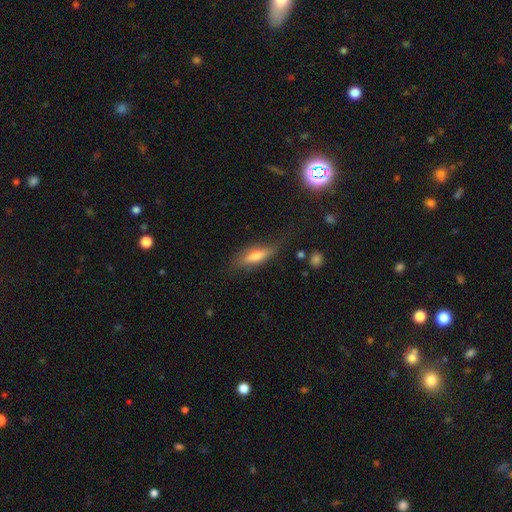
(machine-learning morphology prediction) Smooth or featured: smooth — 58% (featured or disk — 33%)
How rounded: cigar-shaped — 50% (in between — 47%)
Merging: none — 67% (minor disturbance — 22%)